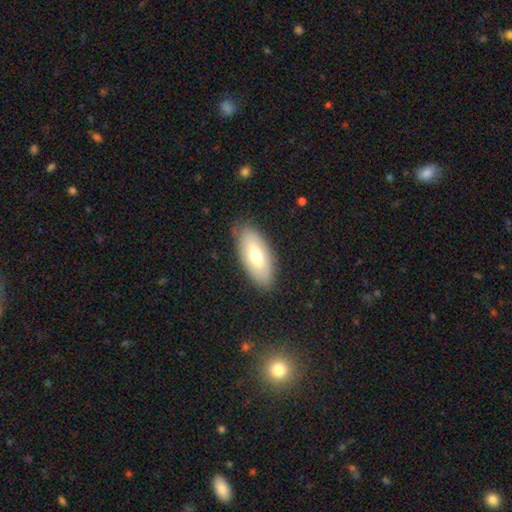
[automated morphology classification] Q: Smooth or featured?
A: smooth (63%); runner-up: featured or disk (31%)
Q: How rounded?
A: in between (87%); runner-up: cigar-shaped (11%)
Q: Merging?
A: none (84%); runner-up: minor disturbance (12%)